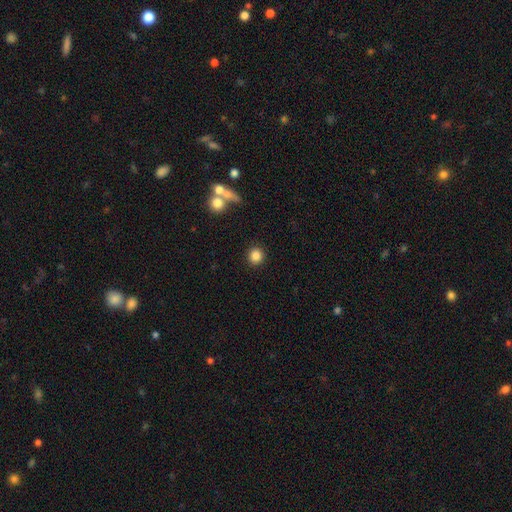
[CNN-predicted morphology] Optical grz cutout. It shows a smooth galaxy with no disk features (84%) that is round (91%). Merging: none (90%).